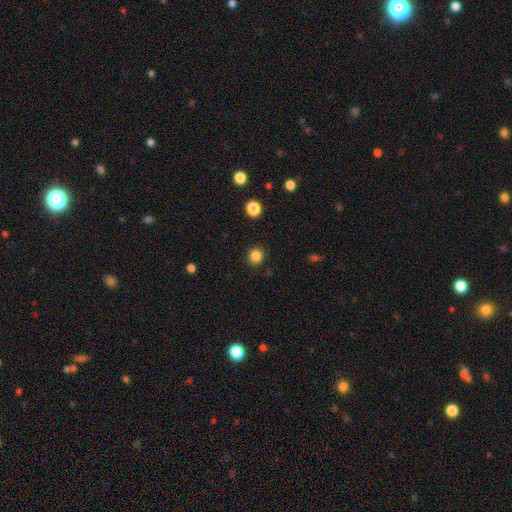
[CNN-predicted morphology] A smooth galaxy with no disk features (84%) that is round (90%). Merging: none (90%).